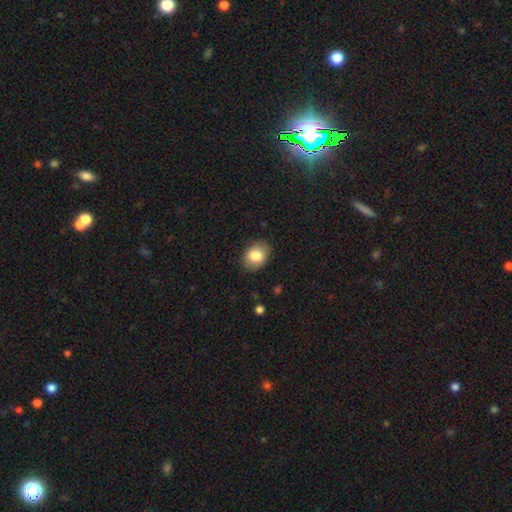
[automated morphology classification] Smooth or featured? Predicted: smooth (p=0.82). How rounded? Predicted: in between (p=0.63). Merging? Predicted: none (p=0.86).